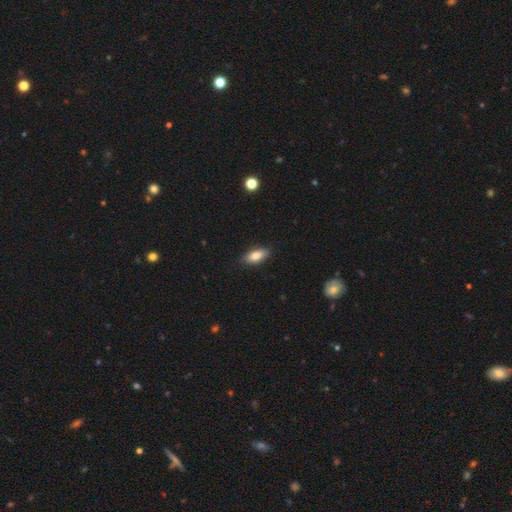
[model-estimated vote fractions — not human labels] Smooth or featured? Predicted: smooth (p=0.81). How rounded? Predicted: in between (p=0.85). Merging? Predicted: none (p=0.87).